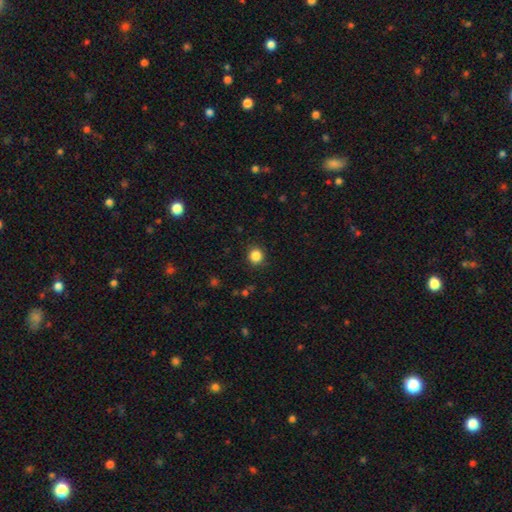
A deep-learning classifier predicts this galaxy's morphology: Smooth or featured?
  - smooth: 86% *
  - star or artifact: 11%
  - featured or disk: 3%
How rounded?
  - round: 88% *
  - in between: 11%
  - cigar-shaped: 1%
Merging?
  - none: 90% *
  - minor disturbance: 7%
  - major disturbance: 2%
  - merger: 1%